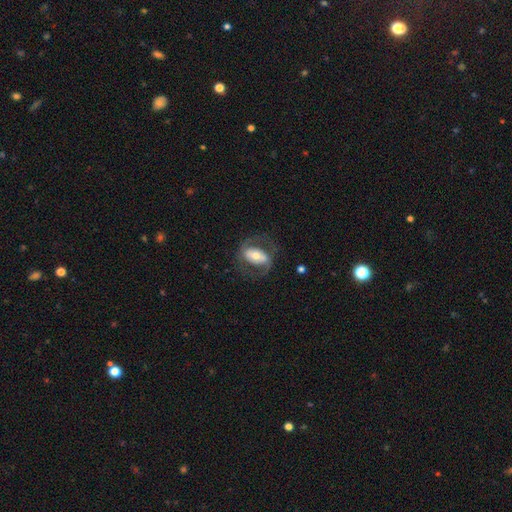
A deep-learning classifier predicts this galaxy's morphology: Q: Smooth or featured?
A: featured or disk (68%); runner-up: smooth (26%)
Q: Edge-on disk?
A: no (95%); runner-up: yes (5%)
Q: Bar?
A: strong (40%); runner-up: no (32%)
Q: Spiral arms?
A: yes (77%); runner-up: no (23%)
Q: Bulge size?
A: moderate (60%); runner-up: small (25%)
Q: Merging?
A: none (67%); runner-up: major disturbance (16%)